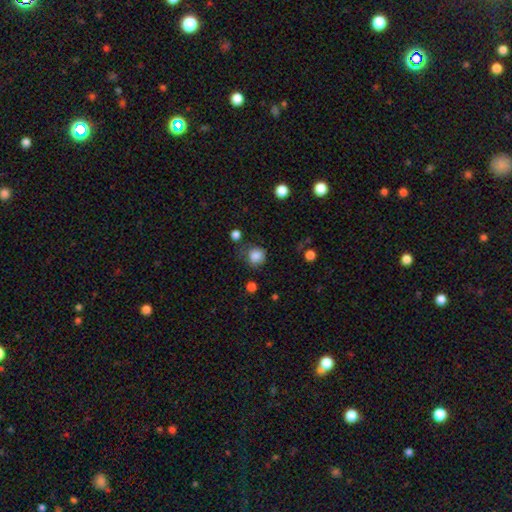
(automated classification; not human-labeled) This is clearly a smooth galaxy (84%). How rounded: clearly round (87%). Merging: likely none (67%).